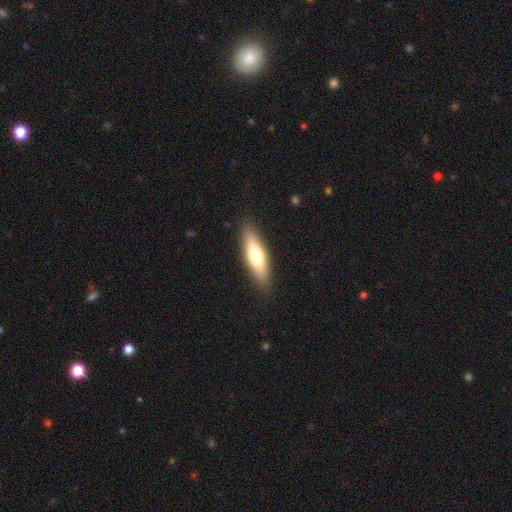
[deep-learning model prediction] This appears to be a smooth galaxy with no disk features (65%) that is cigar-shaped (58%). Merging: none (87%).